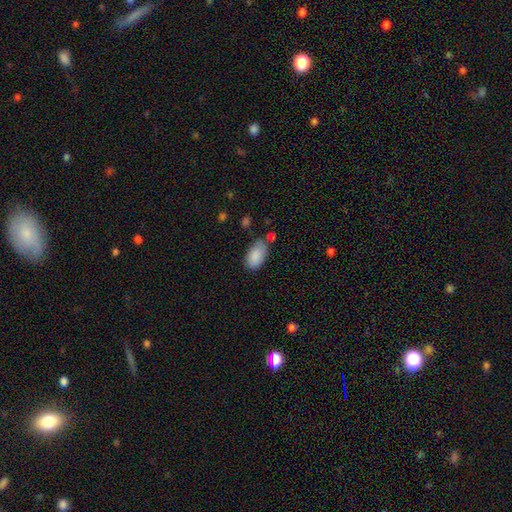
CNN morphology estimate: smooth-or-featured: smooth: 87% | star or artifact: 7% | featured or disk: 6%
  how-rounded: in between: 95% | round: 3% | cigar-shaped: 2%
  merging: none: 62% | minor disturbance: 24% | merger: 8% | major disturbance: 6%